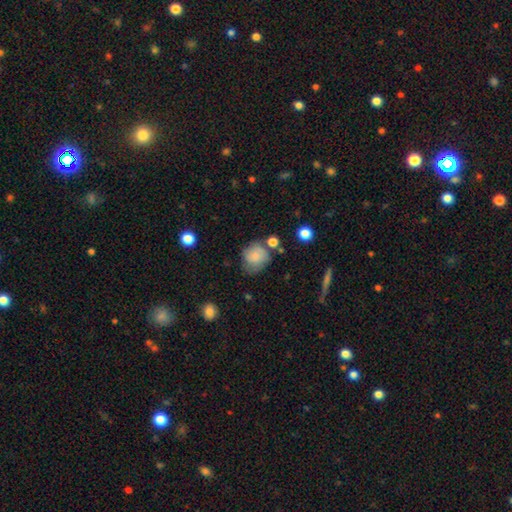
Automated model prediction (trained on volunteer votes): Overall: smooth (77%). How rounded: round (76%). Merging: none (54%; minor disturbance 27%).